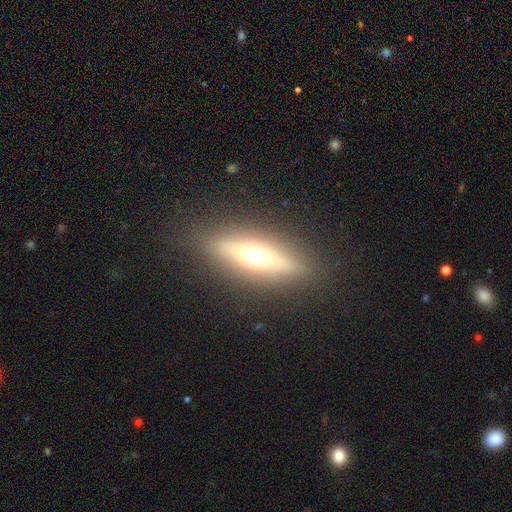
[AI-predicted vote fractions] Morphology: type=featured or disk (55%); edge-on=yes (86%); merging=none (88%).